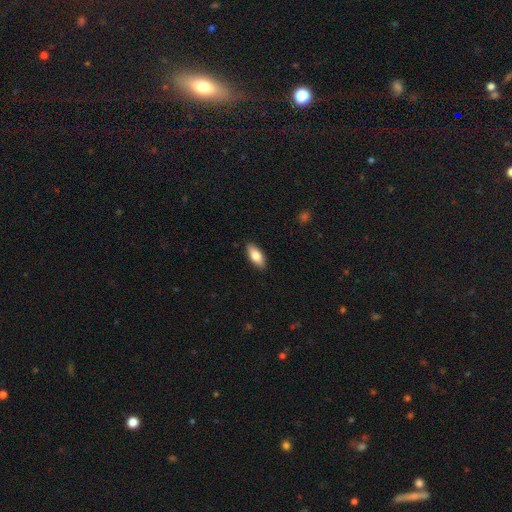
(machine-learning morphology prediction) smooth_or_featured: smooth (p=0.78) [alt: featured or disk p=0.16]
how_rounded: in between (p=0.82) [alt: cigar-shaped p=0.16]
merging: none (p=0.89) [alt: minor disturbance p=0.08]